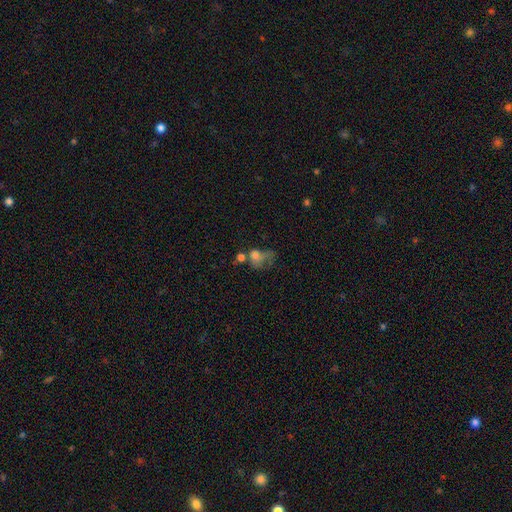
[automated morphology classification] This appears to be a smooth galaxy with no disk features (62%) that is in between round and cigar-shaped (52%). Merging: major disturbance (37%).